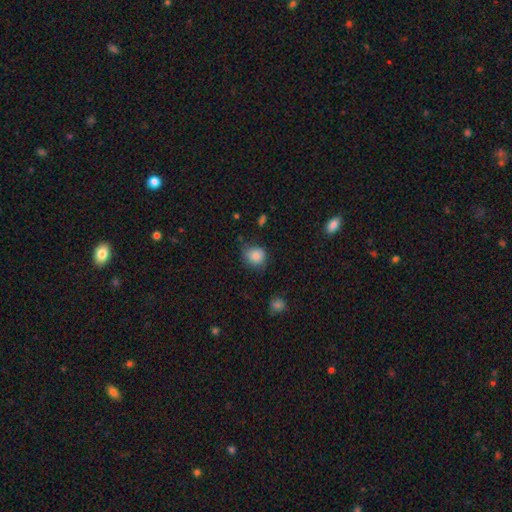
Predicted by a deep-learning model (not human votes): Smooth or featured? Predicted: smooth (p=0.85). How rounded? Predicted: round (p=0.75). Merging? Predicted: none (p=0.66).